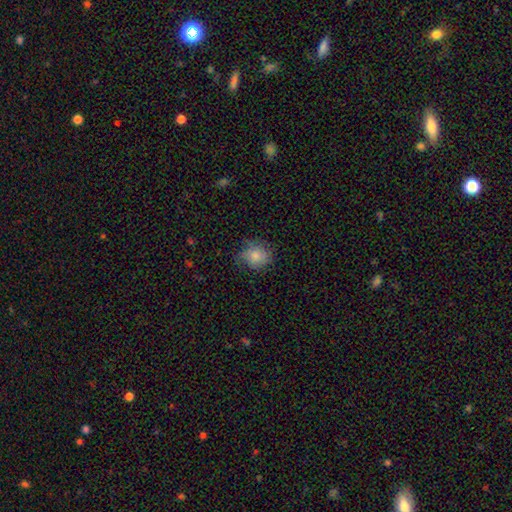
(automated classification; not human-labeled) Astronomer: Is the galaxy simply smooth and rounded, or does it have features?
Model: smooth — 78%.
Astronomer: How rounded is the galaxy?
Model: round — 73%.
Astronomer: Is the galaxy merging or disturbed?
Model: none — 62%.